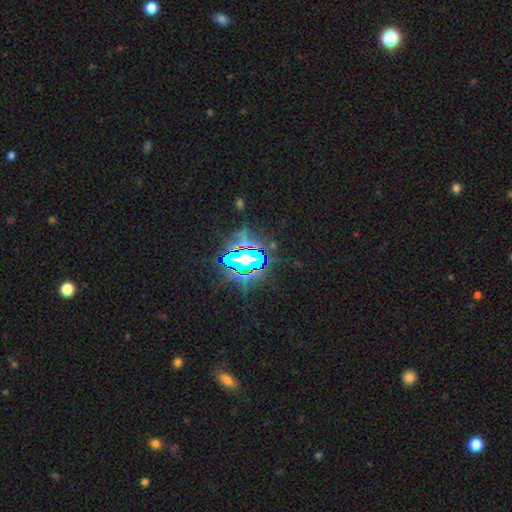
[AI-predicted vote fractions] Q: Smooth or featured?
A: star or artifact (84%); runner-up: smooth (9%)